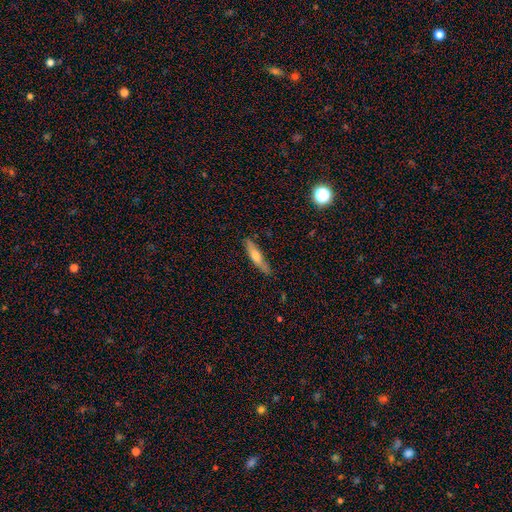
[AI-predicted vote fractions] Smooth or featured? Predicted: smooth (p=0.53). How rounded? Predicted: cigar-shaped (p=0.82). Merging? Predicted: none (p=0.85).